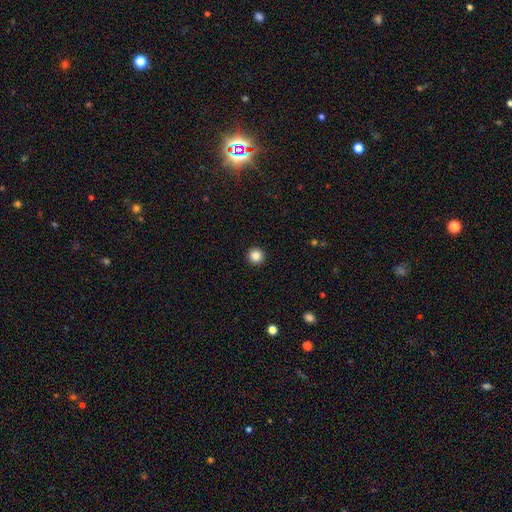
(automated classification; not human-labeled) smooth 86%, star or artifact 10%, featured or disk 3%. Down the decision tree: how rounded — round (96%); merging — none (94%).